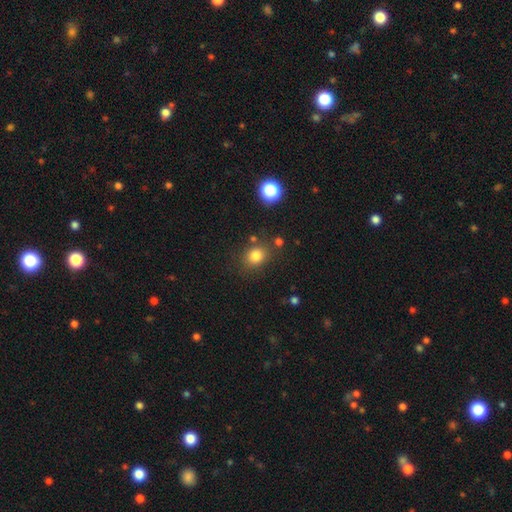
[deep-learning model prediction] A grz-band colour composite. It shows a smooth galaxy with no disk features (81%) that is round (62%). Merging: none (77%).